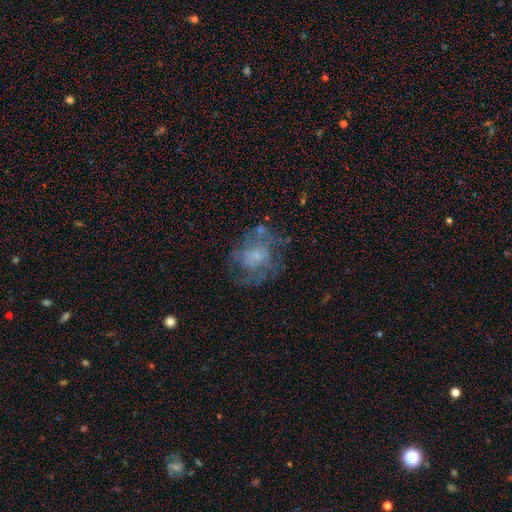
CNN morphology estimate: Smooth or featured? Predicted: featured or disk (p=0.56). Edge-on disk? Predicted: no (p=0.97). Bar? Predicted: no (p=0.77). Spiral arms? Predicted: no (p=0.52). Bulge size? Predicted: small (p=0.52). Merging? Predicted: none (p=0.56).